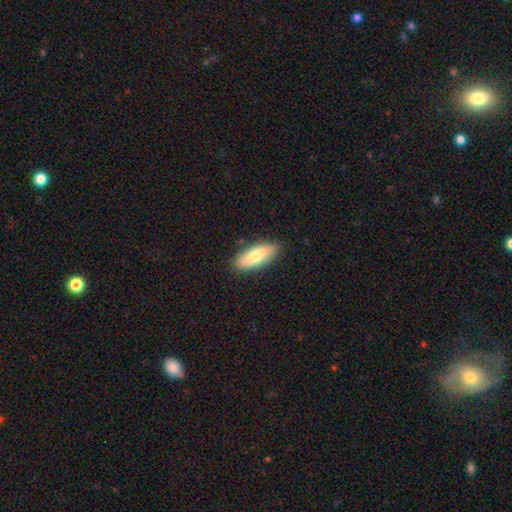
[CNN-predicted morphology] Q: Smooth or featured?
A: smooth (72%); runner-up: featured or disk (22%)
Q: How rounded?
A: in between (76%); runner-up: cigar-shaped (22%)
Q: Merging?
A: none (87%); runner-up: minor disturbance (10%)